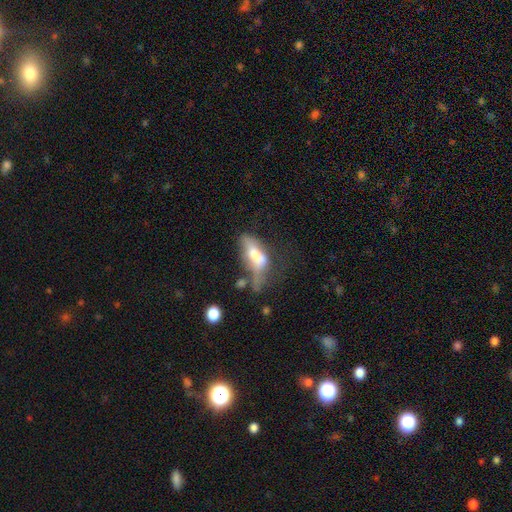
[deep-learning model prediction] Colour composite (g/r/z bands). It shows a smooth galaxy with no disk features (56%) that is in between round and cigar-shaped (76%). Merging: major disturbance (44%).